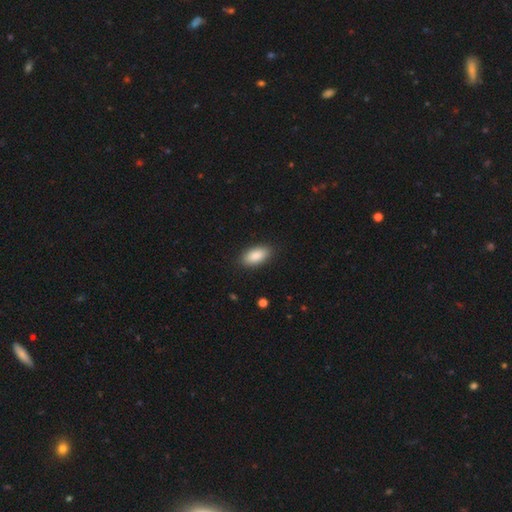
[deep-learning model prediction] Smooth or featured?
  - smooth: 89% *
  - star or artifact: 6%
  - featured or disk: 5%
How rounded?
  - in between: 91% *
  - cigar-shaped: 6%
  - round: 2%
Merging?
  - none: 88% *
  - minor disturbance: 9%
  - major disturbance: 2%
  - merger: 1%